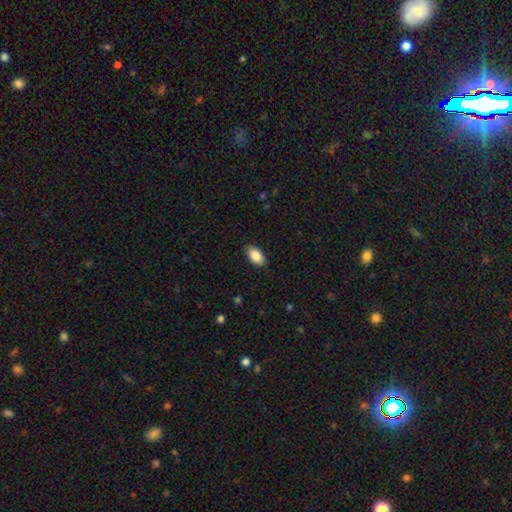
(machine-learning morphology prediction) A smooth galaxy with no disk features (87%) that is in between round and cigar-shaped (94%).

Vote fractions:
- Smooth or featured? smooth: 87% / star or artifact: 7% / featured or disk: 6%
- How rounded? in between: 94% / round: 4% / cigar-shaped: 2%
- Merging? none: 88% / minor disturbance: 9% / major disturbance: 2% / merger: 1%